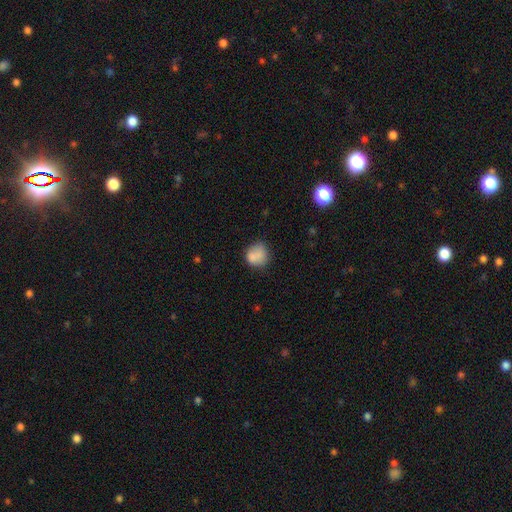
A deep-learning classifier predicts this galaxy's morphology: This is likely a smooth galaxy (78%). How rounded: likely round (79%). Merging: possibly none (55%).